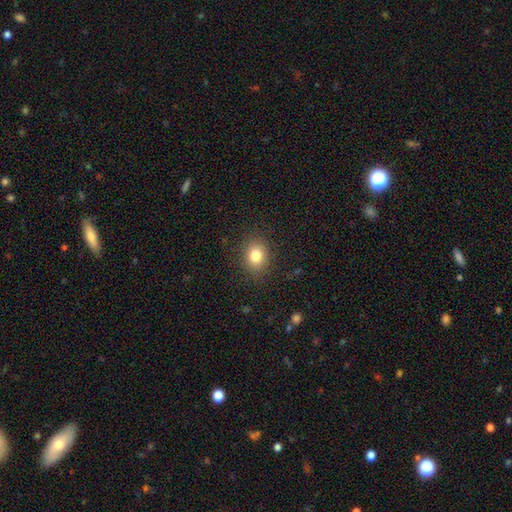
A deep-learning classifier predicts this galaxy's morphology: A smooth galaxy with no disk features (81%) that is round (55%). Merging: none (87%).